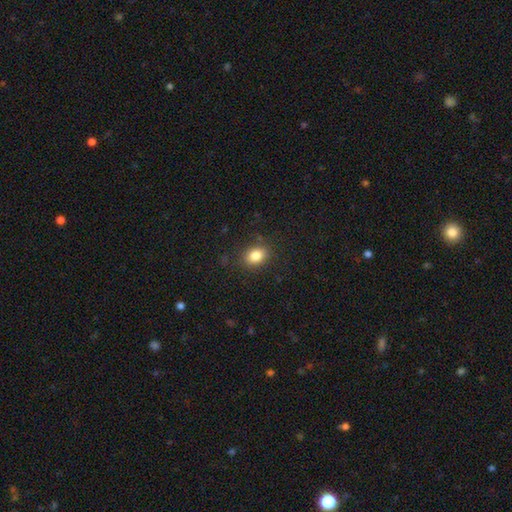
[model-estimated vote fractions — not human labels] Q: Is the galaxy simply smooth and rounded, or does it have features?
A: smooth — 83%.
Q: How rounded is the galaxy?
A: in between — 69%.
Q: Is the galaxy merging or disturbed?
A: none — 85%.